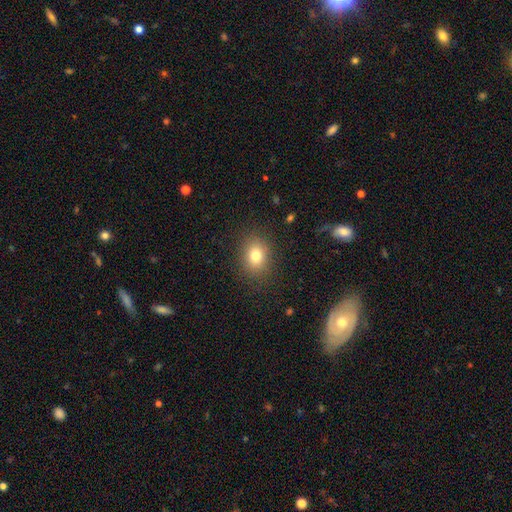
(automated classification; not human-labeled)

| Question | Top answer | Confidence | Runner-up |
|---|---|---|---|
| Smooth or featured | smooth | 80% | star or artifact (11%) |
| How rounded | in between | 51% | round (48%) |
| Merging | none | 87% | minor disturbance (9%) |